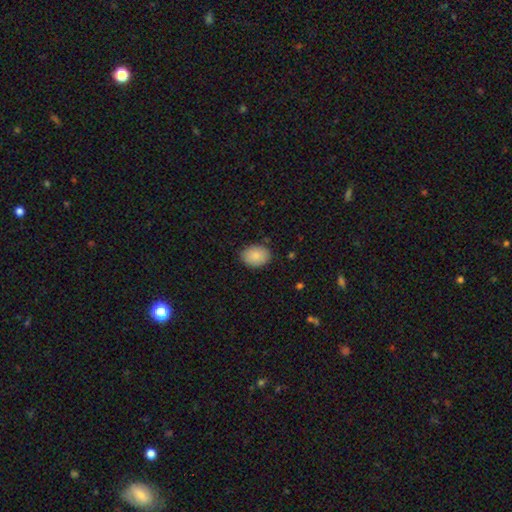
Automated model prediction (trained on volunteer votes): Smooth or featured? Predicted: smooth (p=0.87). How rounded? Predicted: in between (p=0.68). Merging? Predicted: none (p=0.85).